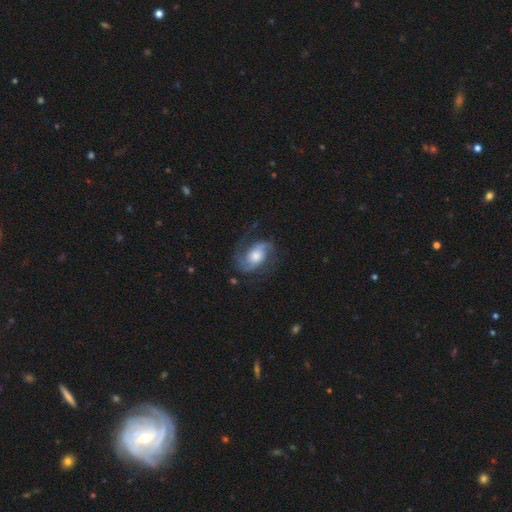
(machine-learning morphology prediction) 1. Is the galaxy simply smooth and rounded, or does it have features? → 84% featured or disk, 10% smooth, 6% star or artifact.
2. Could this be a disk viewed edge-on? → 97% no, 3% yes.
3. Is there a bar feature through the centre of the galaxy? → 57% no, 32% weak, 12% strong.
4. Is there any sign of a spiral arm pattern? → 96% yes, 4% no.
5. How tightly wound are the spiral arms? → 51% medium, 30% loose, 19% tight.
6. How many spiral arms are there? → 89% 2, 3% can't tell, 3% 3, 2% 1, 1% 4, 1% more than 4.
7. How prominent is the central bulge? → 52% moderate, 24% large, 18% small, 4% none, 3% dominant.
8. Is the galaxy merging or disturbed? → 70% none, 17% minor disturbance, 12% major disturbance, 1% merger.